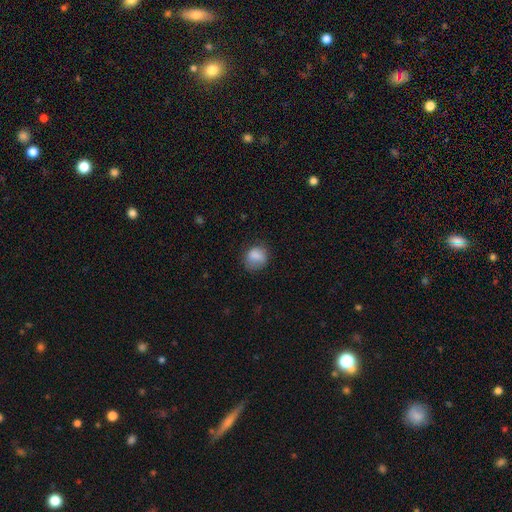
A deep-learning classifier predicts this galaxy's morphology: A smooth galaxy with no disk features (82%) that is round (65%). Merging: none (64%).